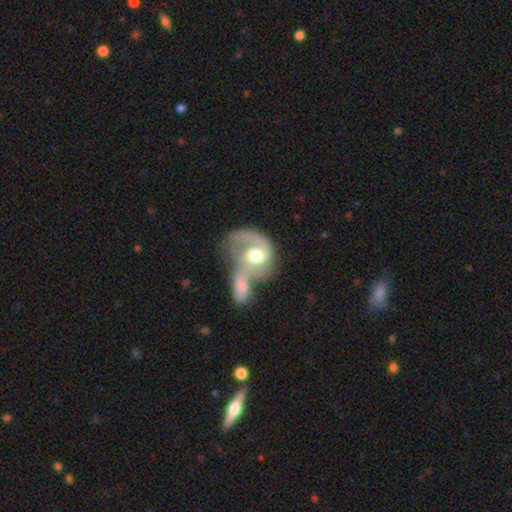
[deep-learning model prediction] smooth-or-featured: featured or disk: 70% | smooth: 23% | star or artifact: 6%
  disk-edge-on: no: 97% | yes: 3%
    bar: no: 64% | weak: 29% | strong: 8%
    has-spiral-arms: yes: 80% | no: 20%
      spiral-winding: loose: 41% | medium: 38% | tight: 21%
      spiral-arm-count: 1: 46% | 2: 38% | can't tell: 11% | 3: 2% | 4: 1% | more than 4: 1%
    bulge-size: moderate: 67% | large: 22% | small: 7% | dominant: 2% | none: 2%
  merging: merger: 64% | major disturbance: 16% | none: 12% | minor disturbance: 7%